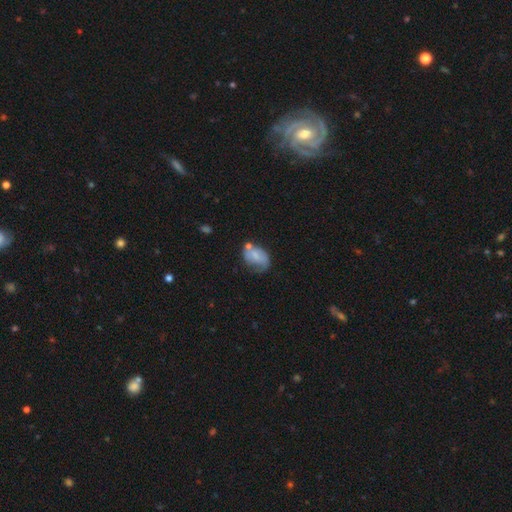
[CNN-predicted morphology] Smooth or featured? Predicted: smooth (p=0.57). How rounded? Predicted: in between (p=0.77). Merging? Predicted: none (p=0.39).